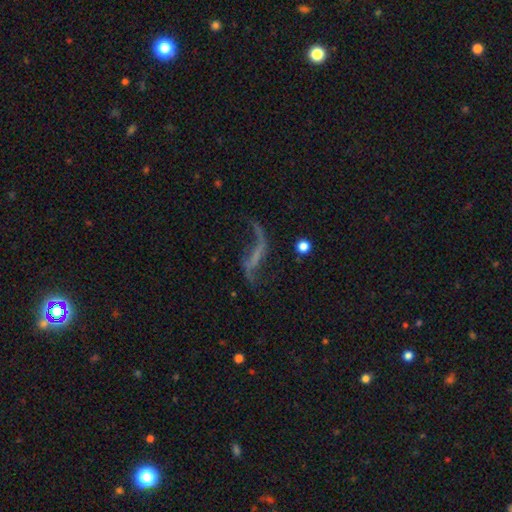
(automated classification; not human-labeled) Q: Smooth or featured?
A: featured or disk (77%); runner-up: star or artifact (12%)
Q: Edge-on disk?
A: no (91%); runner-up: yes (9%)
Q: Bar?
A: strong (38%); runner-up: no (34%)
Q: Spiral arms?
A: yes (84%); runner-up: no (16%)
Q: Spiral winding?
A: loose (94%); runner-up: medium (4%)
Q: Spiral arm count?
A: 2 (83%); runner-up: 1 (12%)
Q: Bulge size?
A: none (68%); runner-up: small (23%)
Q: Merging?
A: none (53%); runner-up: major disturbance (25%)